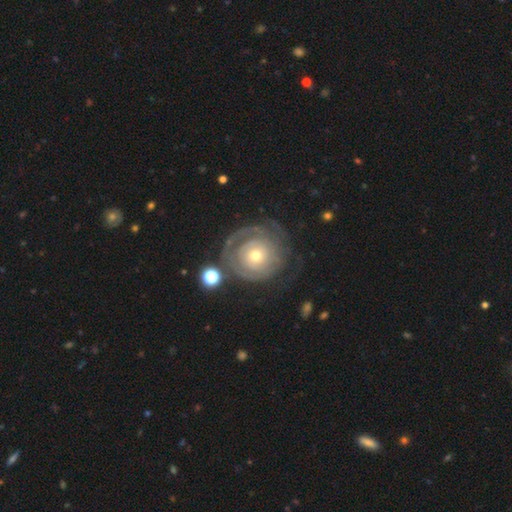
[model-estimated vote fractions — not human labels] A featured or disk galaxy (77%) with no bar (85%), tight (80%) spiral arms (81%) and a moderate central bulge (48%).

Vote fractions:
- Smooth or featured? featured or disk: 77% / smooth: 17% / star or artifact: 6%
- Edge-on disk? no: 97% / yes: 3%
- Bar? no: 85% / weak: 11% / strong: 3%
- Spiral arms? yes: 81% / no: 19%
- Spiral winding? tight: 80% / medium: 14% / loose: 6%
- Spiral arm count? can't tell: 46% / 2: 19% / 1: 13% / 3: 10% / 4: 6% / more than 4: 5%
- Bulge size? moderate: 48% / small: 46% / large: 4% / dominant: 1% / none: 1%
- Merging? none: 66% / minor disturbance: 17% / major disturbance: 14% / merger: 4%